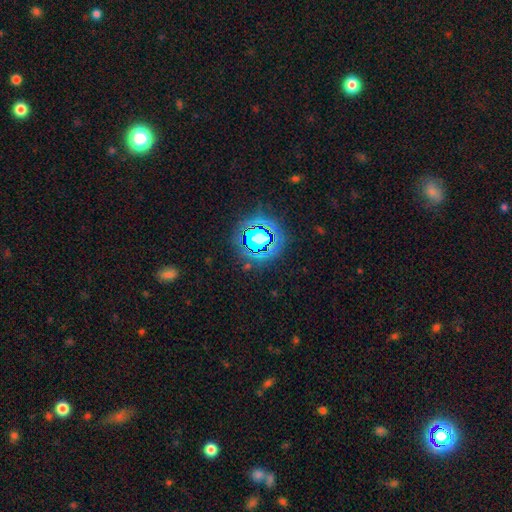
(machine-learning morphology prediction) smooth_or_featured: star or artifact (p=0.78) [alt: smooth p=0.14]